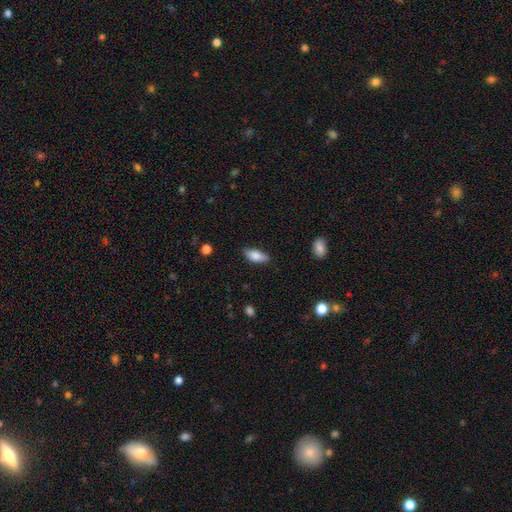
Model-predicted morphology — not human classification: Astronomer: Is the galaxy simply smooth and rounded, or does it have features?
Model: smooth — 81%.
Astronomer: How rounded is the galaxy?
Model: in between — 79%.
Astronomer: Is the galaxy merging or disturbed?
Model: none — 82%.